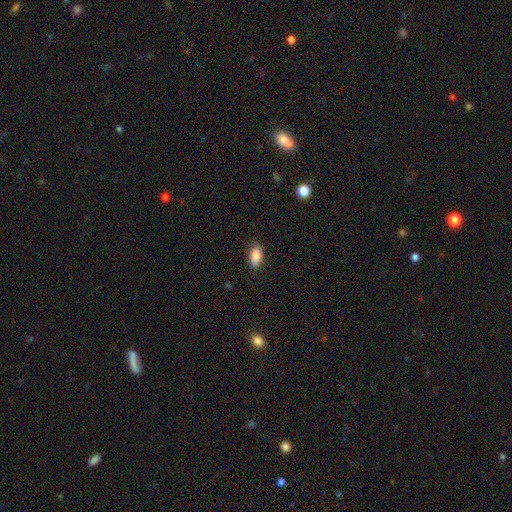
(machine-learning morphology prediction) The model was most divided on "merging": none: 85%, minor disturbance: 12%, major disturbance: 2%, merger: 1%. More confident: how rounded — in between (92%); smooth or featured — smooth (87%).